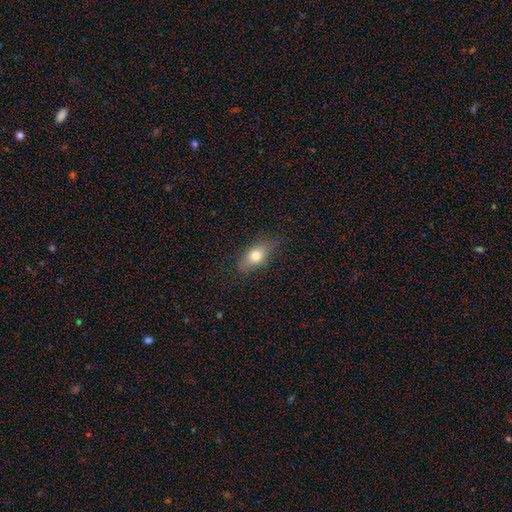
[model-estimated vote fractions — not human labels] Overall: smooth (75%). How rounded: in between (81%). Merging: none (77%).